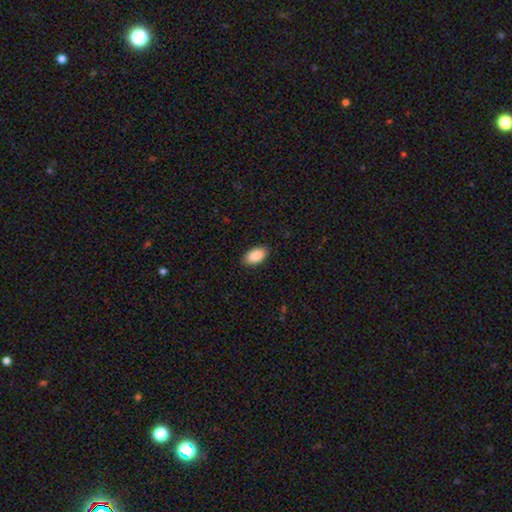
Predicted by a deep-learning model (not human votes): smooth-or-featured: smooth: 91% | star or artifact: 6% | featured or disk: 3%
  how-rounded: in between: 95% | round: 3% | cigar-shaped: 2%
  merging: none: 88% | minor disturbance: 9% | major disturbance: 2% | merger: 1%